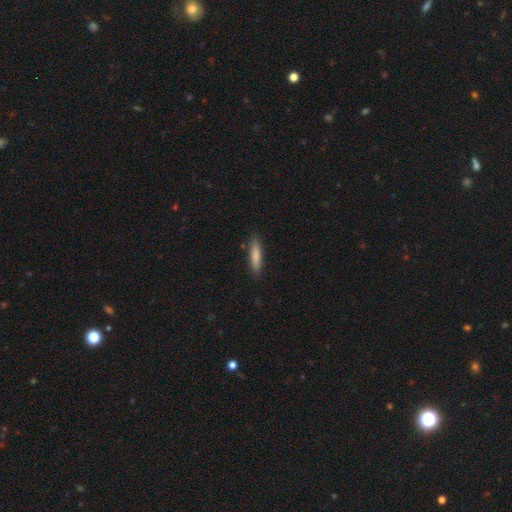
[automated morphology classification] This is clearly a smooth galaxy (80%). How rounded: clearly cigar-shaped (81%). Merging: clearly none (86%).